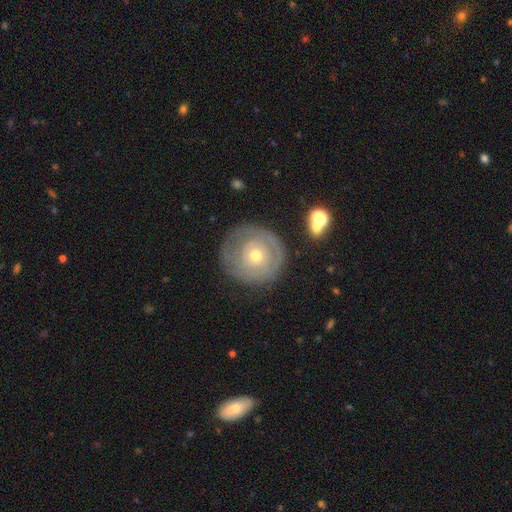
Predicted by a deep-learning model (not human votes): Smooth or featured? Predicted: featured or disk (p=0.65). Edge-on disk? Predicted: no (p=0.97). Bar? Predicted: no (p=0.85). Spiral arms? Predicted: yes (p=0.65). Bulge size? Predicted: small (p=0.51). Merging? Predicted: none (p=0.76).